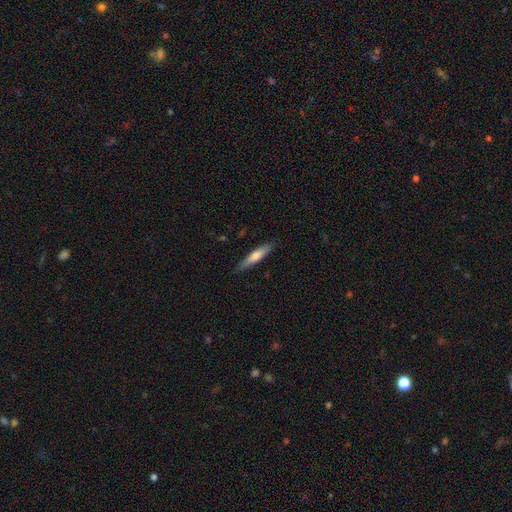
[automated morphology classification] This is likely a smooth galaxy (61%). How rounded: clearly cigar-shaped (86%). Merging: clearly none (87%).